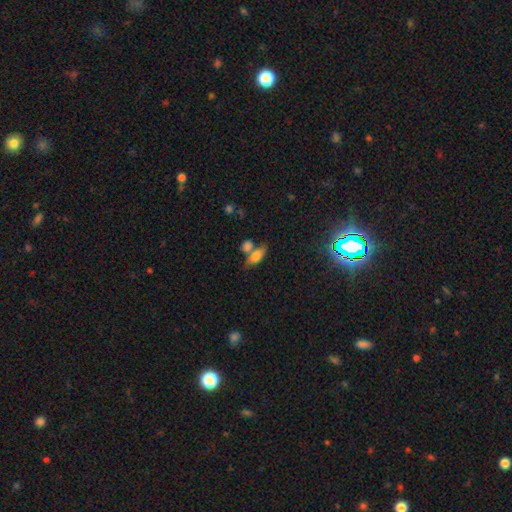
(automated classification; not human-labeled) smooth_or_featured: smooth (p=0.70) [alt: featured or disk p=0.20]
how_rounded: in between (p=0.75) [alt: cigar-shaped p=0.18]
merging: none (p=0.43) [alt: merger p=0.37]